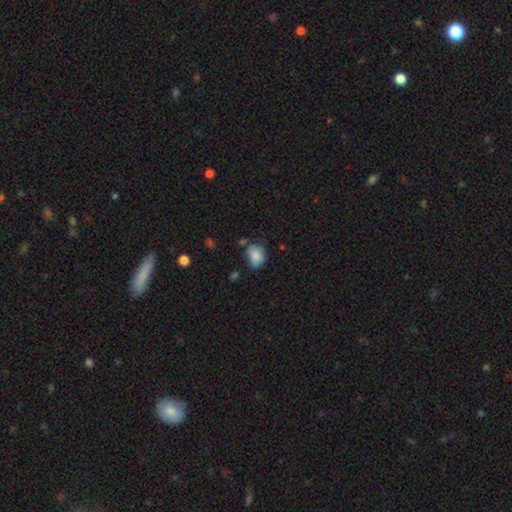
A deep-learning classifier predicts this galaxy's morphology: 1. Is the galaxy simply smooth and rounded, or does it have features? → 81% smooth, 11% featured or disk, 9% star or artifact.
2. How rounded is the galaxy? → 56% in between, 43% round, 1% cigar-shaped.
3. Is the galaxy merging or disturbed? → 57% none, 30% minor disturbance, 7% major disturbance, 6% merger.